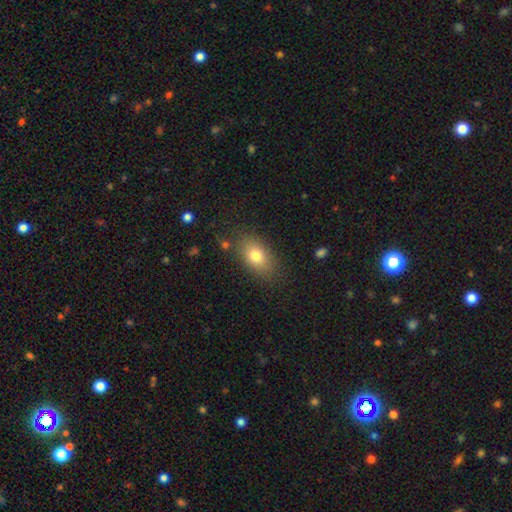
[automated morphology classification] This is likely a smooth galaxy (78%). How rounded: clearly in between (83%). Merging: clearly none (81%).